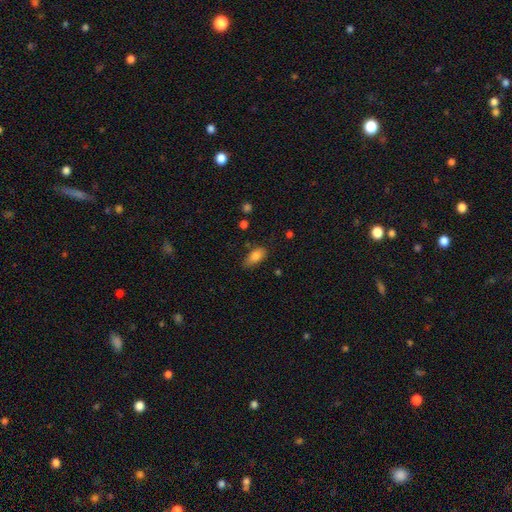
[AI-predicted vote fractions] Q: Smooth or featured?
A: smooth (83%); runner-up: featured or disk (9%)
Q: How rounded?
A: in between (88%); runner-up: cigar-shaped (8%)
Q: Merging?
A: none (70%); runner-up: minor disturbance (23%)